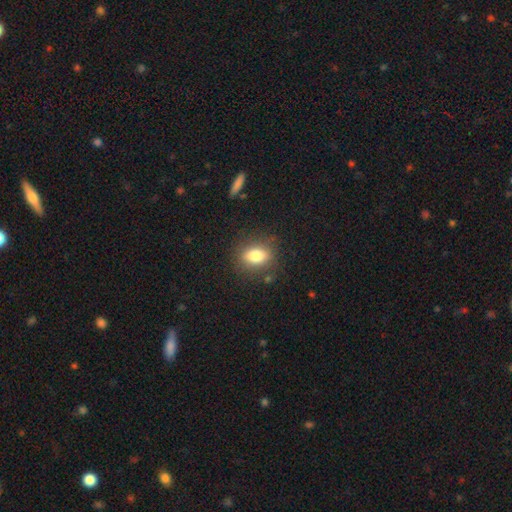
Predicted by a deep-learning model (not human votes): Smooth or featured: smooth — 81% (featured or disk — 10%)
How rounded: in between — 71% (round — 26%)
Merging: none — 82% (minor disturbance — 12%)